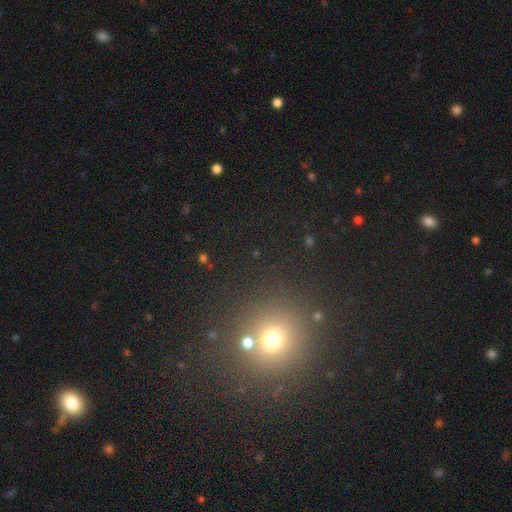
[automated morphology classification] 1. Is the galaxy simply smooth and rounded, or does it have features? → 49% star or artifact, 44% smooth, 8% featured or disk.